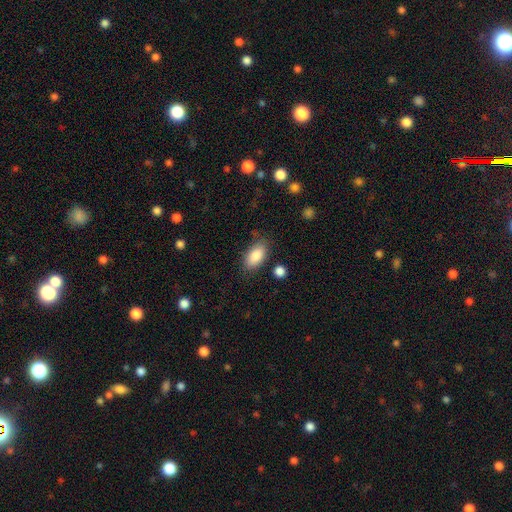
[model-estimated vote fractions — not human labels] Smooth or featured? smooth (87%)
How rounded? in between (92%)
Merging? none (78%)